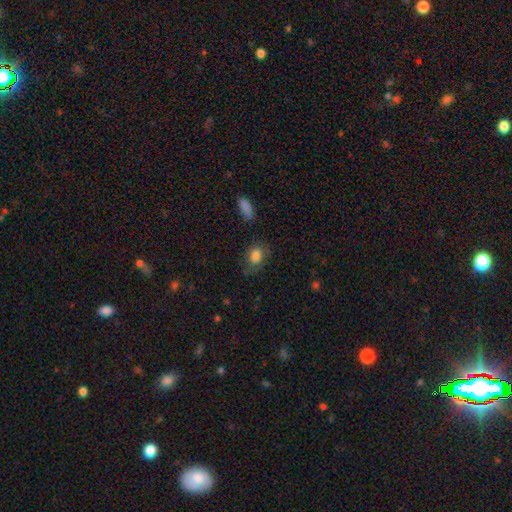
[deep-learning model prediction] A smooth galaxy with no disk features (80%) that is in between round and cigar-shaped (69%).

Vote fractions:
- Smooth or featured? smooth: 80% / featured or disk: 11% / star or artifact: 9%
- How rounded? in between: 69% / round: 29% / cigar-shaped: 2%
- Merging? none: 65% / minor disturbance: 22% / major disturbance: 9% / merger: 3%